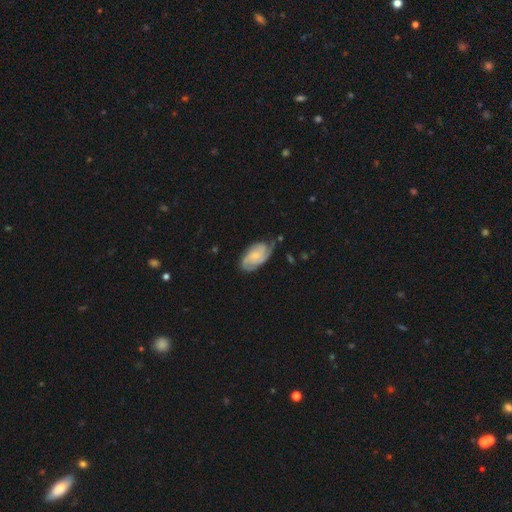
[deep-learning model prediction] This appears to be a featured or disk galaxy (76%) with no bar (71%), 2 (38%) tight (54%) spiral arms (95%) and a small central bulge (65%). Merging: none (63%).